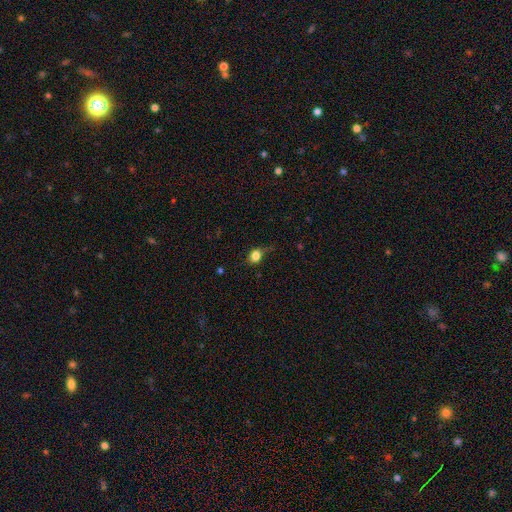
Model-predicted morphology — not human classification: Smooth or featured? smooth (80%)
How rounded? round (57%)
Merging? none (48%)